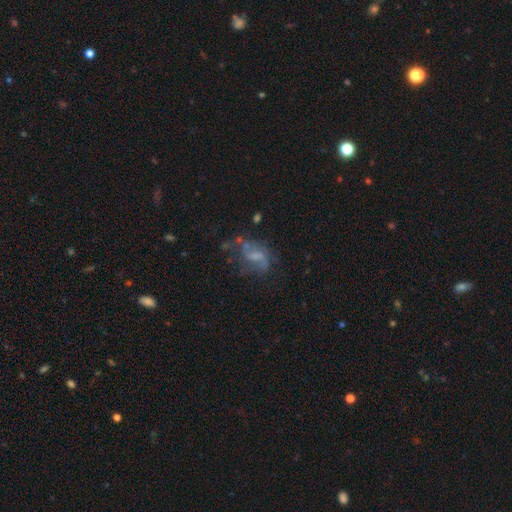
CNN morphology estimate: smooth_or_featured: featured or disk (p=0.61) [alt: smooth p=0.25]
disk_edge_on: no (p=0.97) [alt: yes p=0.03]
bar: no (p=0.45) [alt: weak p=0.42]
has_spiral_arms: yes (p=0.61) [alt: no p=0.39]
bulge_size: none (p=0.44) [alt: small p=0.30]
merging: none (p=0.37) [alt: major disturbance p=0.34]